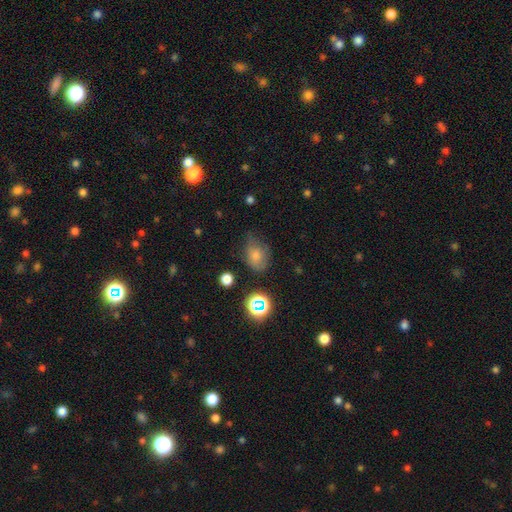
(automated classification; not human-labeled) Smooth or featured? Predicted: smooth (p=0.73). How rounded? Predicted: in between (p=0.62). Merging? Predicted: none (p=0.47).